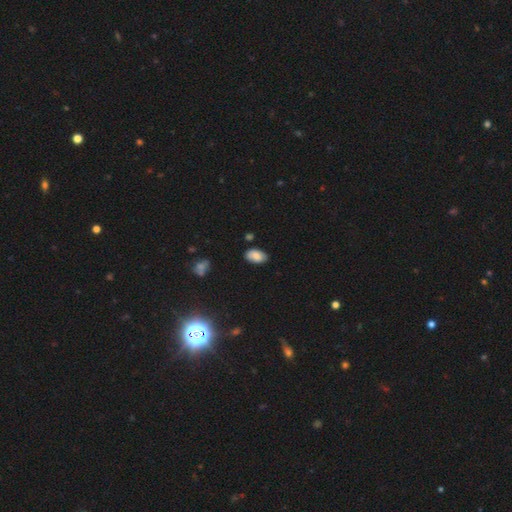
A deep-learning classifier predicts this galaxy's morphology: Smooth or featured: smooth — 83% (featured or disk — 9%)
How rounded: in between — 94% (round — 5%)
Merging: none — 79% (minor disturbance — 16%)